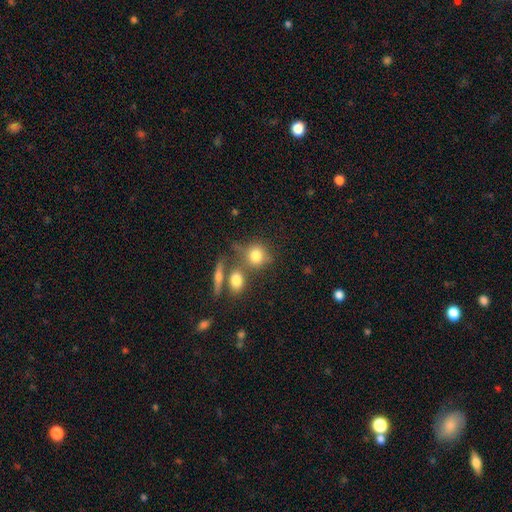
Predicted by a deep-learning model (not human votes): The model was most divided on "merging": none: 52%, merger: 29%, minor disturbance: 13%, major disturbance: 7%. More confident: smooth or featured — smooth (77%); how rounded — round (76%).